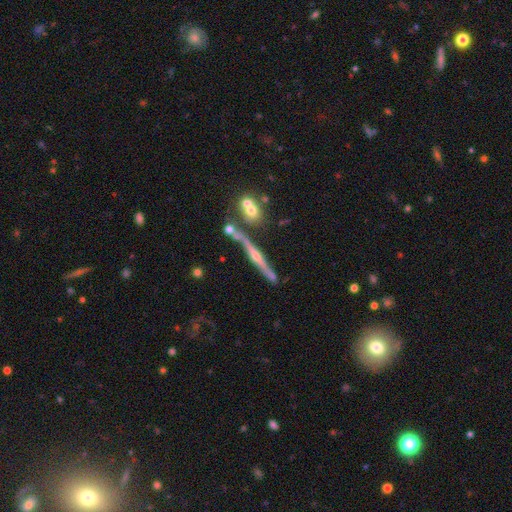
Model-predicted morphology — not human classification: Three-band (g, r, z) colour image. It shows a featured or disk galaxy (79%) viewed edge-on (95%) with a rounded central bulge (84%). Merging: none (70%).